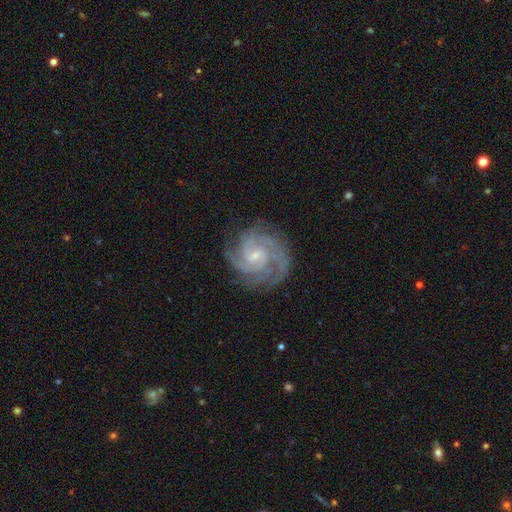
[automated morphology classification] Smooth or featured? featured or disk (92%)
Edge-on disk? no (98%)
Bar? no (50%)
Spiral arms? yes (99%)
Spiral winding? tight (67%)
Spiral arm count? 3 (41%)
Bulge size? small (71%)
Merging? none (79%)